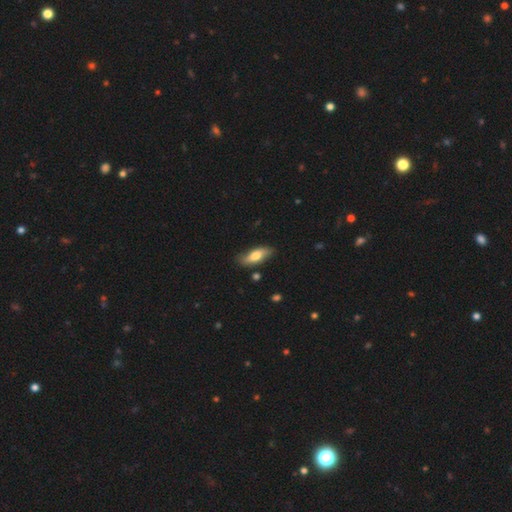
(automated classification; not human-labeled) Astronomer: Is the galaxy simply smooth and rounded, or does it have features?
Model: smooth — 64%.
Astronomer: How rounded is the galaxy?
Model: in between — 73%.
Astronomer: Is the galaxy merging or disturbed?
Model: none — 77%.